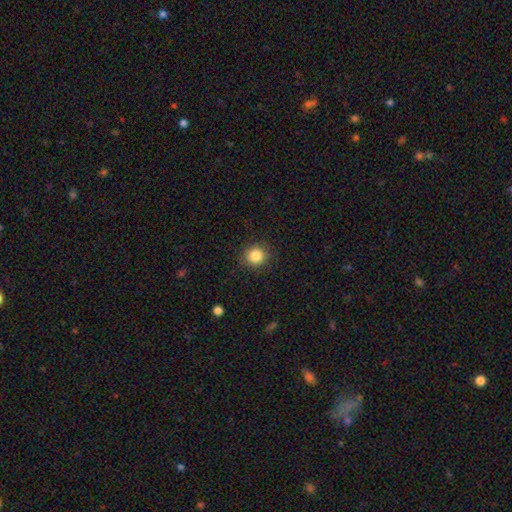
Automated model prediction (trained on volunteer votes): Smooth or featured?
  - smooth: 85% *
  - star or artifact: 10%
  - featured or disk: 5%
How rounded?
  - round: 90% *
  - in between: 9%
  - cigar-shaped: 1%
Merging?
  - none: 89% *
  - minor disturbance: 7%
  - major disturbance: 2%
  - merger: 1%